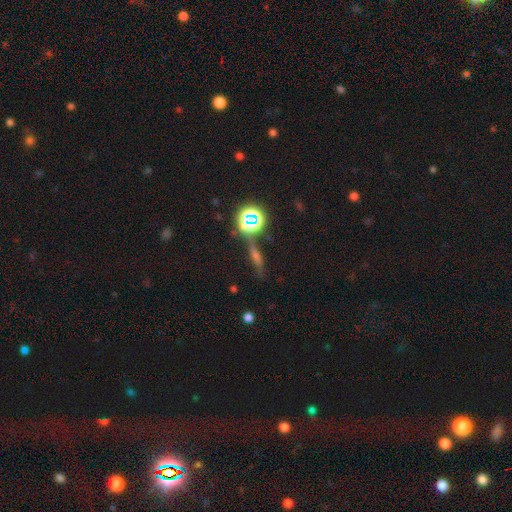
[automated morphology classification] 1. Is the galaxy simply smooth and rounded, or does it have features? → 40% star or artifact, 30% smooth, 30% featured or disk.